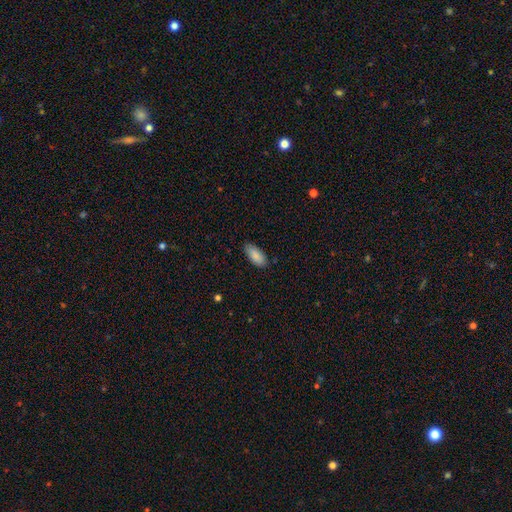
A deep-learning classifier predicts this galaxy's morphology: A smooth galaxy with no disk features (88%) that is in between round and cigar-shaped (88%).

Vote fractions:
- Smooth or featured? smooth: 88% / featured or disk: 6% / star or artifact: 6%
- How rounded? in between: 88% / cigar-shaped: 10% / round: 2%
- Merging? none: 83% / minor disturbance: 13% / major disturbance: 2% / merger: 1%